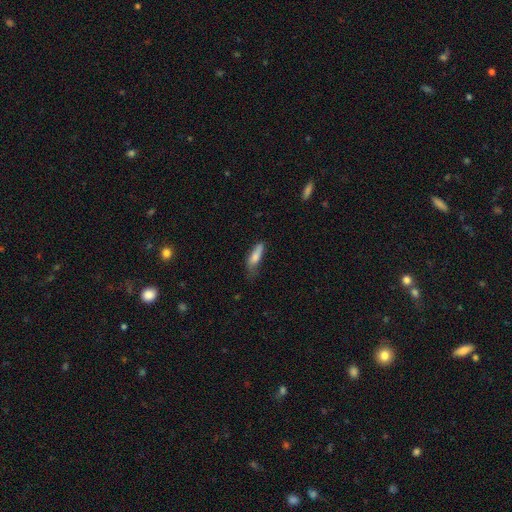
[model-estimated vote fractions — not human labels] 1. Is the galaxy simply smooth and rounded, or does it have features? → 77% smooth, 15% featured or disk, 7% star or artifact.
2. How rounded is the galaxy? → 58% cigar-shaped, 40% in between, 2% round.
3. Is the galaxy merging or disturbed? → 41% none, 38% minor disturbance, 18% major disturbance, 3% merger.